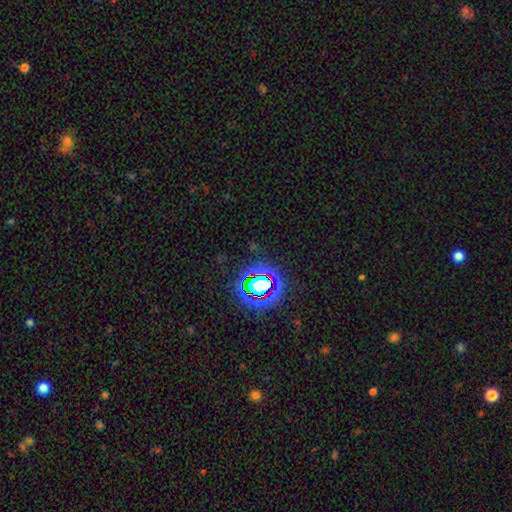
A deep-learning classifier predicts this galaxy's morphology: The model was most divided on "smooth or featured": star or artifact: 76%, smooth: 15%, featured or disk: 9%.